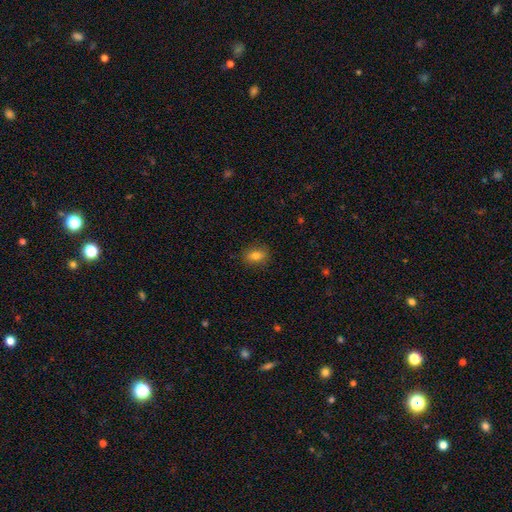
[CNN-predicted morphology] A smooth galaxy with no disk features (79%) that is in between round and cigar-shaped (65%). Merging: none (85%).